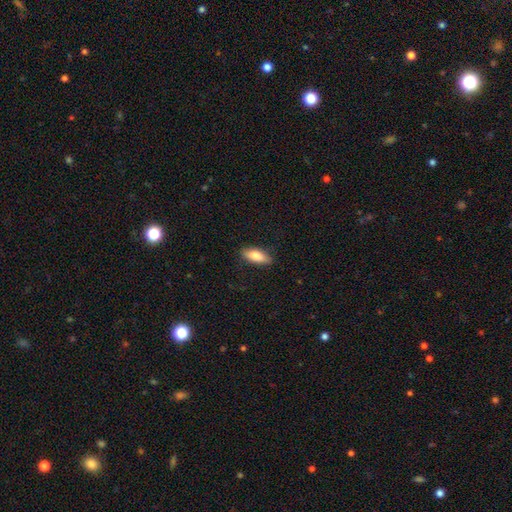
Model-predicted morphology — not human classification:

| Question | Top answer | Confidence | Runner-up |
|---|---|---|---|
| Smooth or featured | smooth | 78% | featured or disk (16%) |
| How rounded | in between | 72% | cigar-shaped (25%) |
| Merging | none | 85% | minor disturbance (11%) |